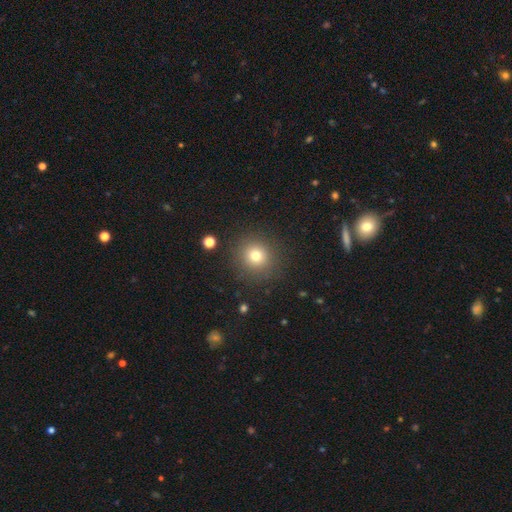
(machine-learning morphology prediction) Smooth or featured: smooth — 76% (star or artifact — 15%)
How rounded: round — 91% (in between — 8%)
Merging: none — 88% (minor disturbance — 7%)